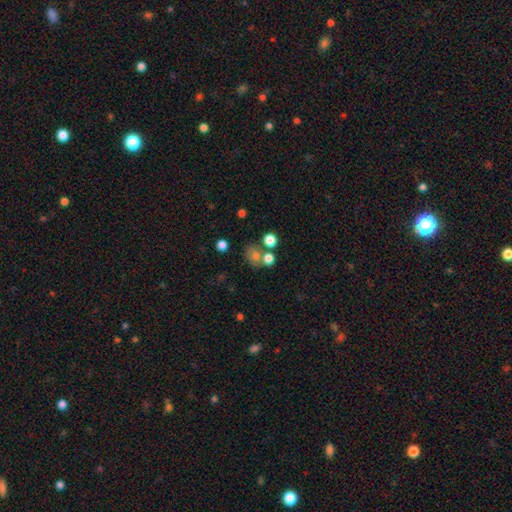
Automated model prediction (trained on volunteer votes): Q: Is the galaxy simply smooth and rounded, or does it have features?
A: smooth — 69%.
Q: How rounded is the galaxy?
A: round — 66%.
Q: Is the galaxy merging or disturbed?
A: none — 54%.